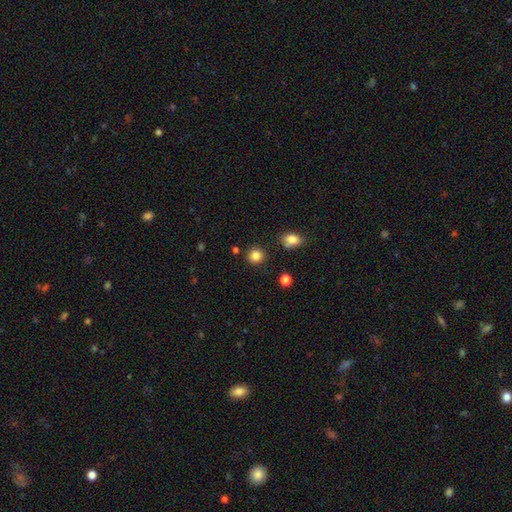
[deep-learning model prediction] smooth_or_featured: smooth (p=0.84) [alt: star or artifact p=0.11]
how_rounded: round (p=0.91) [alt: in between p=0.08]
merging: none (p=0.88) [alt: minor disturbance p=0.07]